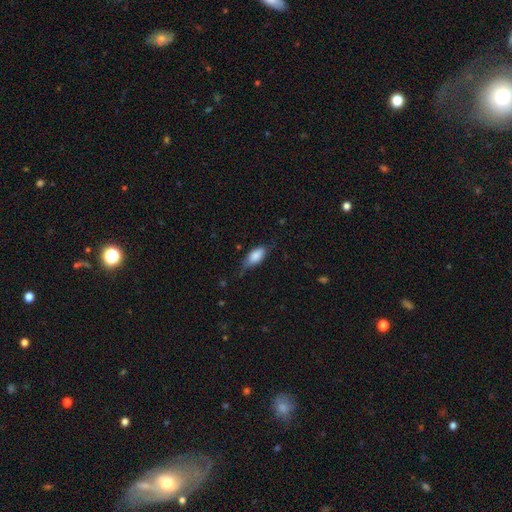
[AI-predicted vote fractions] The model was most divided on "merging": none: 57%, minor disturbance: 33%, major disturbance: 8%, merger: 2%. More confident: how rounded — in between (85%); smooth or featured — smooth (82%).